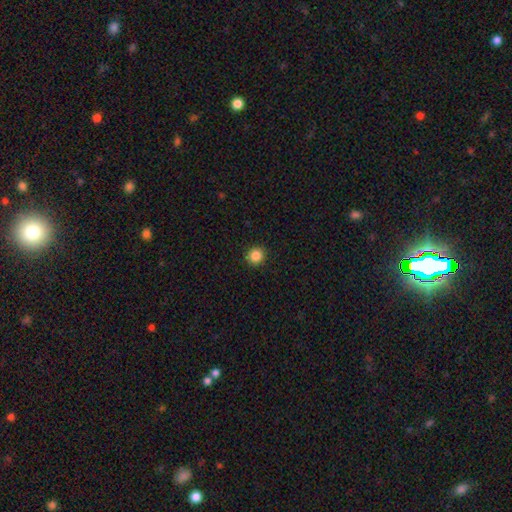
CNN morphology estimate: A smooth galaxy with no disk features (86%) that is round (93%). Merging: none (92%).